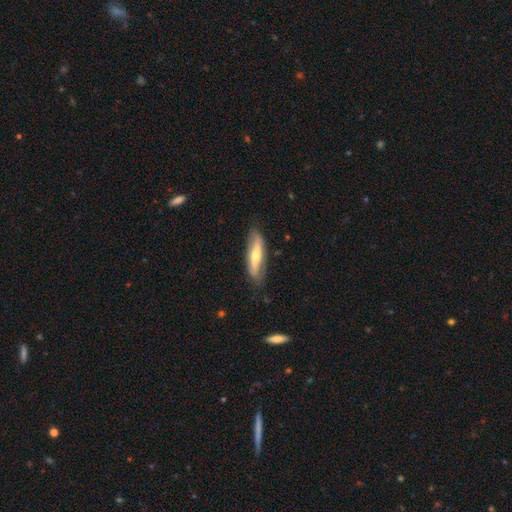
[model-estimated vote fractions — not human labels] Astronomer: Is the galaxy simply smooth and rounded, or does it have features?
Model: featured or disk — 49% (runner-up: smooth, 46%).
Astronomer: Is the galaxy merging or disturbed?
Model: none — 75%.